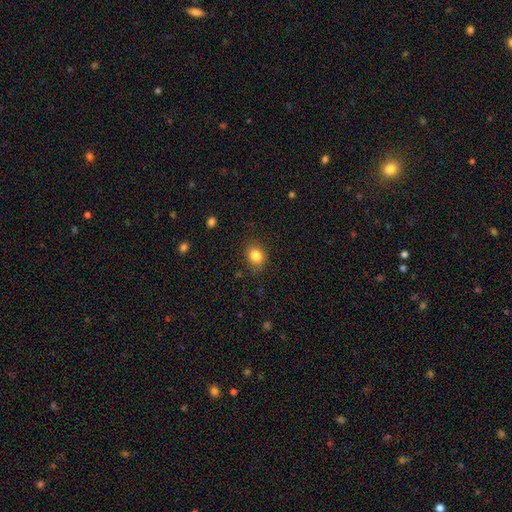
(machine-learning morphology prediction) Q: Smooth or featured?
A: smooth (84%); runner-up: star or artifact (10%)
Q: How rounded?
A: round (55%); runner-up: in between (44%)
Q: Merging?
A: none (83%); runner-up: minor disturbance (13%)